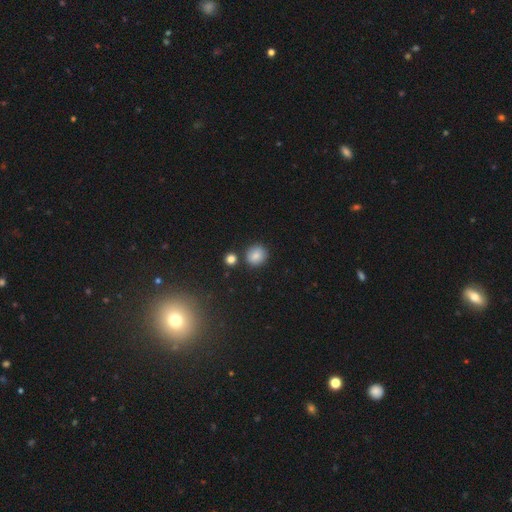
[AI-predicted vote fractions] The model was most divided on "smooth or featured": smooth: 82%, star or artifact: 11%, featured or disk: 7%. More confident: how rounded — round (85%); merging — none (81%).